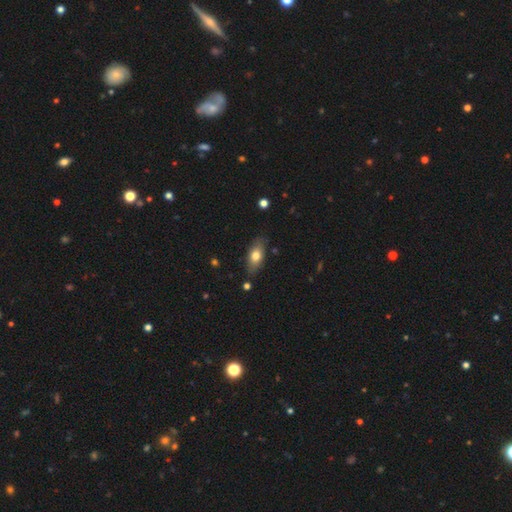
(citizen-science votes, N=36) Overall: smooth (72%). How rounded: in between (92%). Merging: none (71%).